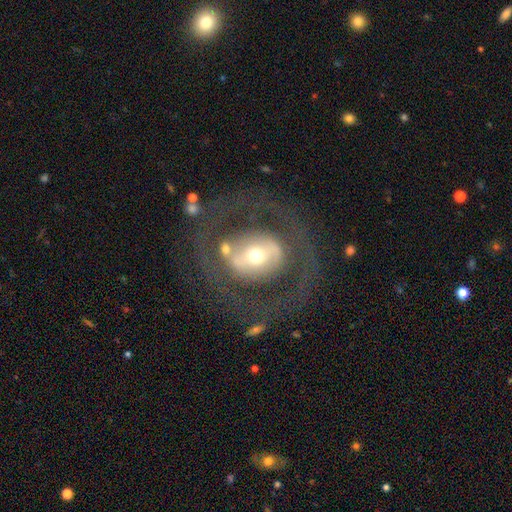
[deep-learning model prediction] Smooth or featured? Predicted: featured or disk (p=0.67). Edge-on disk? Predicted: no (p=0.94). Bar? Predicted: no (p=0.44). Spiral arms? Predicted: no (p=0.65). Bulge size? Predicted: moderate (p=0.53). Merging? Predicted: none (p=0.69).